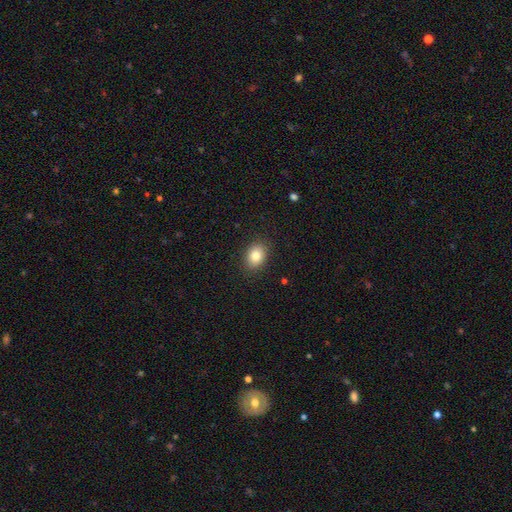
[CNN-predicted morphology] type=smooth (83%); roundness=in between (67%); merging=none (88%).